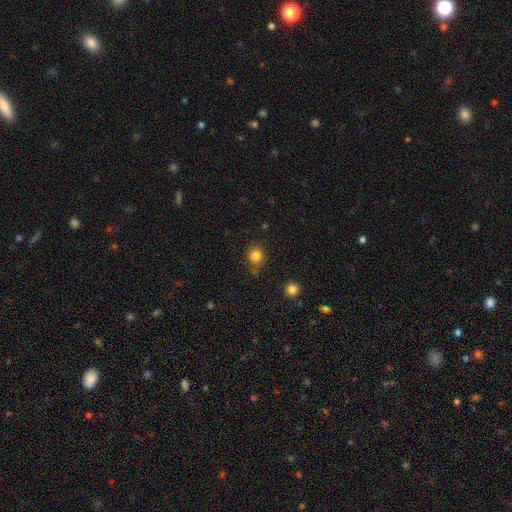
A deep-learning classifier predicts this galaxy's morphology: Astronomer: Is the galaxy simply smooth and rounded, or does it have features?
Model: smooth — 83%.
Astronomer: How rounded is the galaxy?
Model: round — 88%.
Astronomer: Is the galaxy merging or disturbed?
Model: none — 78%.